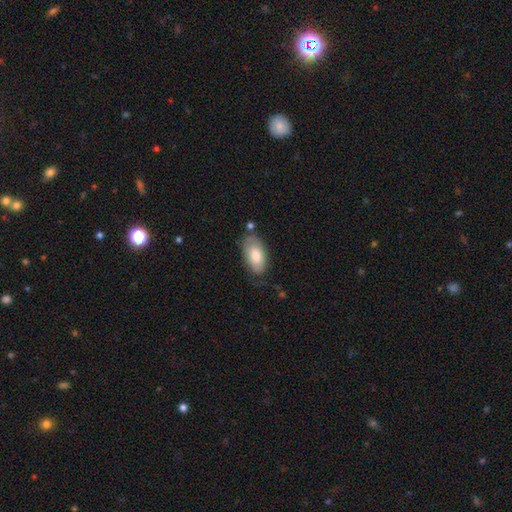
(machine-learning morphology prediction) Overall: smooth (75%). How rounded: in between (94%). Merging: none (66%).